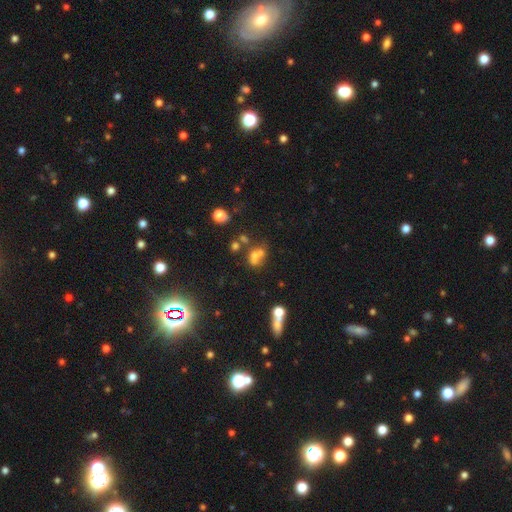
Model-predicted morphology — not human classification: smooth_or_featured: smooth (p=0.54) [alt: featured or disk p=0.25]
how_rounded: round (p=0.53) [alt: in between p=0.45]
merging: merger (p=0.54) [alt: none p=0.29]